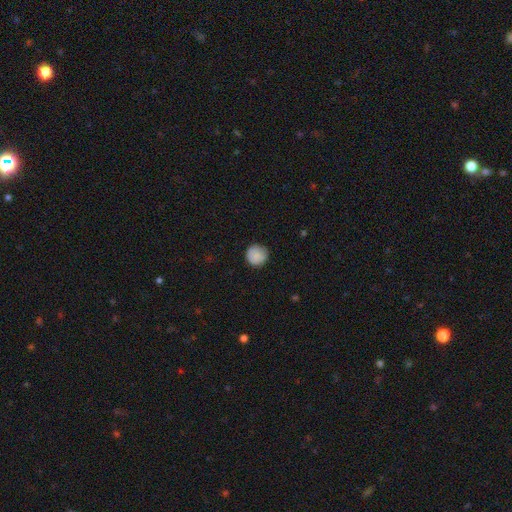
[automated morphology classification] This is clearly a smooth galaxy (87%). How rounded: clearly round (95%). Merging: clearly none (87%).